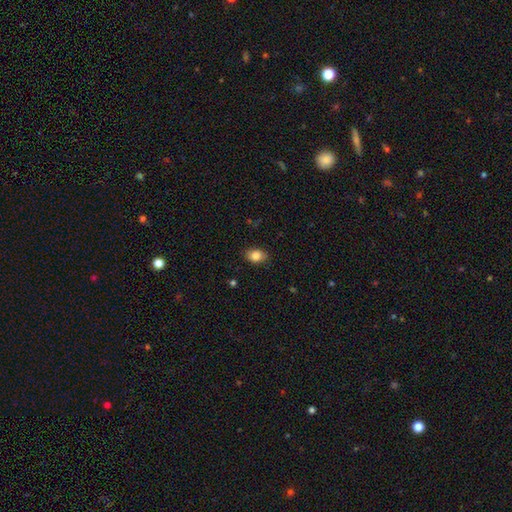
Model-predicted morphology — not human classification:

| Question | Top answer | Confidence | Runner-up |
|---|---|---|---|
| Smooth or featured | smooth | 85% | star or artifact (9%) |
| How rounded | in between | 70% | round (28%) |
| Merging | none | 83% | minor disturbance (13%) |